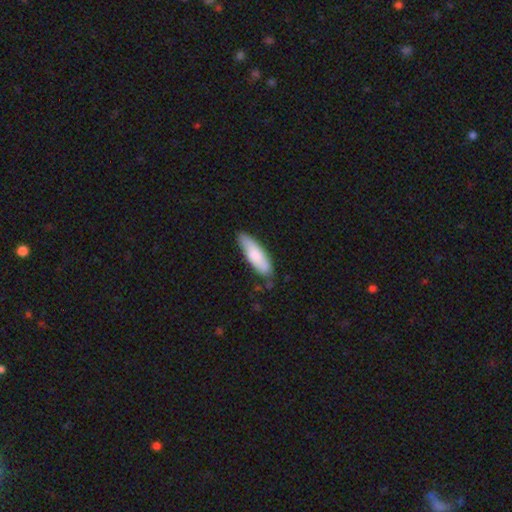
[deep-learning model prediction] smooth 78%, featured or disk 17%, star or artifact 5%. Down the decision tree: how rounded — cigar-shaped (51%); merging — none (74%).